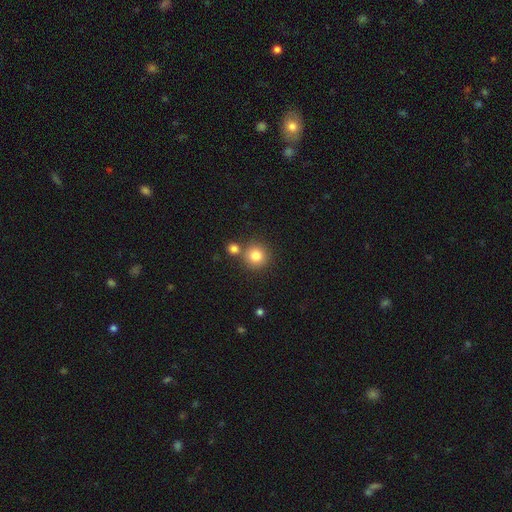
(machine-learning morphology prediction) smooth_or_featured: smooth (p=0.81) [alt: star or artifact p=0.11]
how_rounded: round (p=0.93) [alt: in between p=0.06]
merging: none (p=0.73) [alt: merger p=0.17]